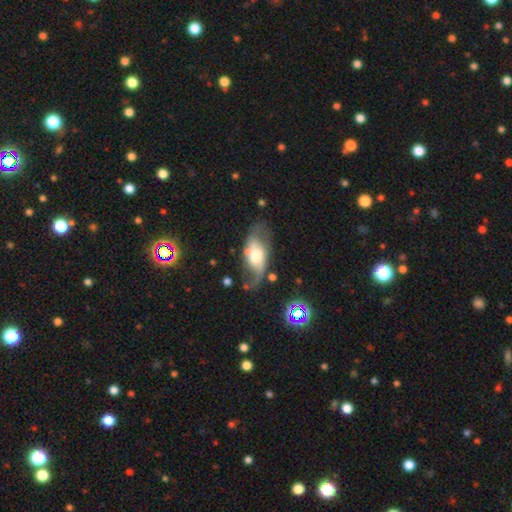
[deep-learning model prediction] Morphology: type=featured or disk (64%); edge-on=no (89%); bar=no (53%); spiral arms=yes (79%); bulge=moderate (48%); merging=none (46%).